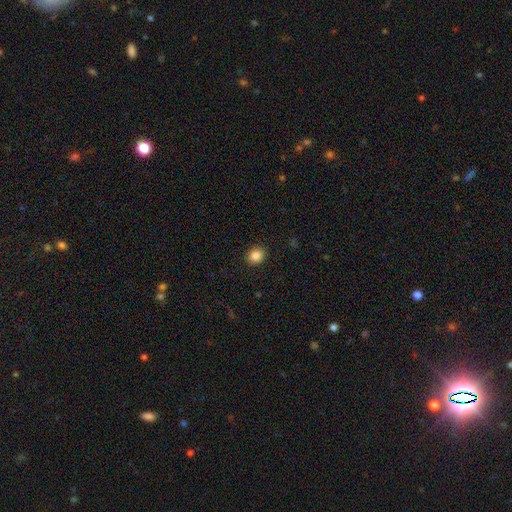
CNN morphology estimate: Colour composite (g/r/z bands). It shows a smooth galaxy with no disk features (86%) that is round (70%). Merging: none (91%).